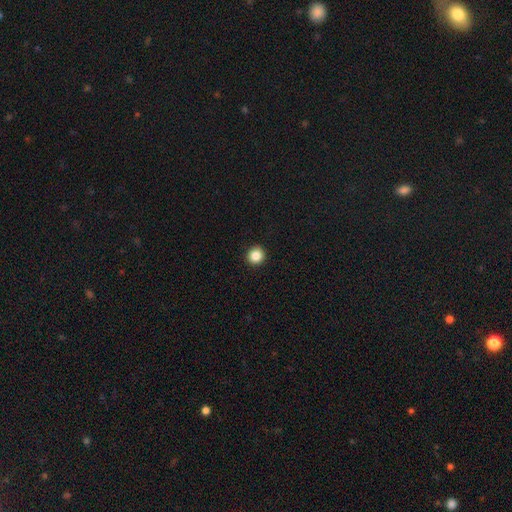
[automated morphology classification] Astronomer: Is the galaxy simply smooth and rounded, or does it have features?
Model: smooth — 87%.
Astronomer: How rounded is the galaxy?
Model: round — 94%.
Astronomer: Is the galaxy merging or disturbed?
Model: none — 93%.